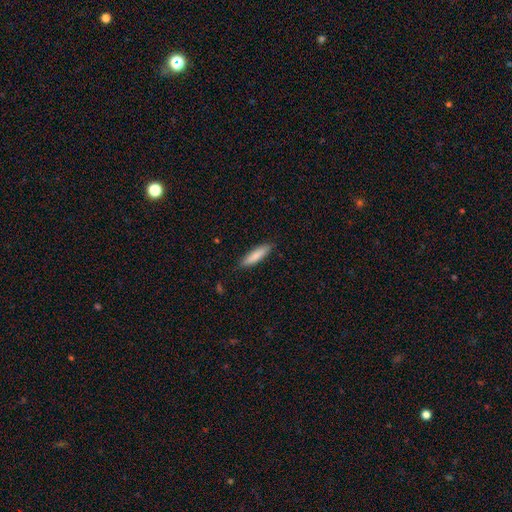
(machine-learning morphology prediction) Q: Smooth or featured?
A: smooth (84%); runner-up: featured or disk (11%)
Q: How rounded?
A: cigar-shaped (76%); runner-up: in between (22%)
Q: Merging?
A: none (89%); runner-up: minor disturbance (9%)